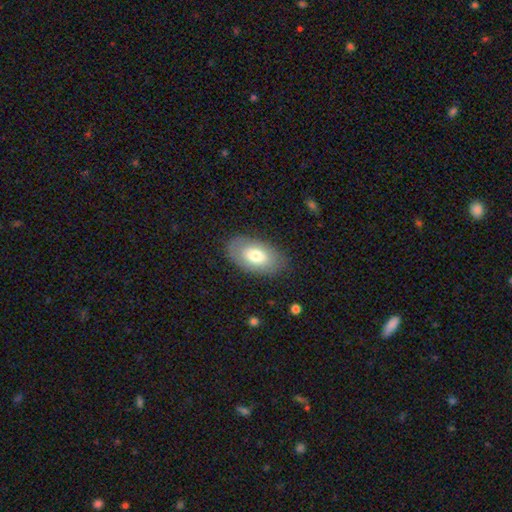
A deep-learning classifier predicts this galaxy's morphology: Smooth or featured: smooth — 70% (featured or disk — 23%)
How rounded: in between — 93% (round — 6%)
Merging: none — 84% (minor disturbance — 12%)